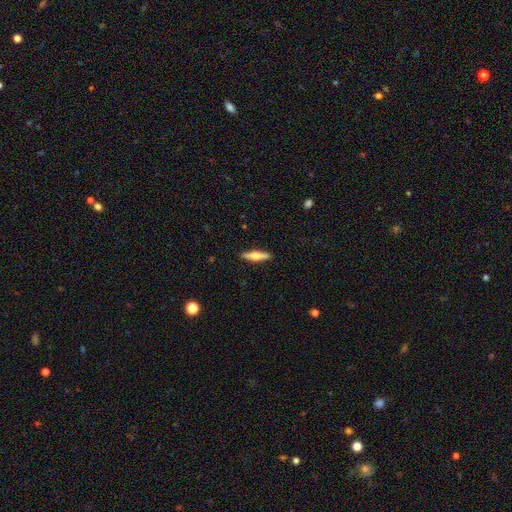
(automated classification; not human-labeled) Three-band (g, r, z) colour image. It shows a featured or disk galaxy (55%) viewed edge-on (96%) with a rounded central bulge (93%). Merging: none (91%).